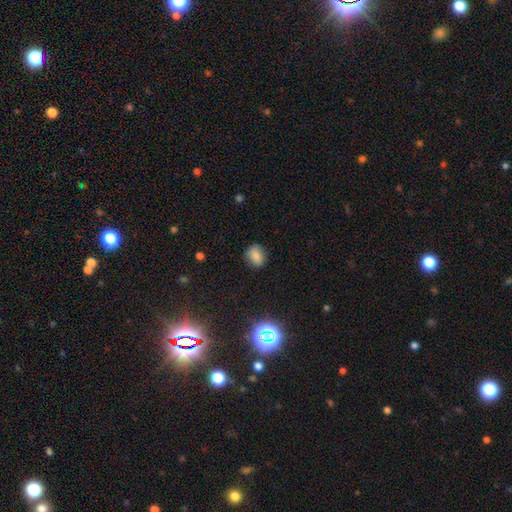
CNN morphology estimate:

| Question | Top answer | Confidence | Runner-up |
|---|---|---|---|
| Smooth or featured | smooth | 81% | star or artifact (12%) |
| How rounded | in between | 55% | round (43%) |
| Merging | none | 80% | minor disturbance (15%) |